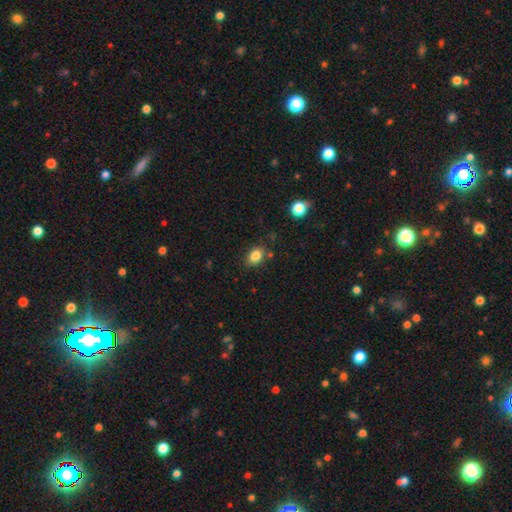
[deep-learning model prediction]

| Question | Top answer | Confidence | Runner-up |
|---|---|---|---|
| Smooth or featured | smooth | 84% | star or artifact (10%) |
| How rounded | in between | 70% | round (29%) |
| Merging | none | 80% | minor disturbance (13%) |